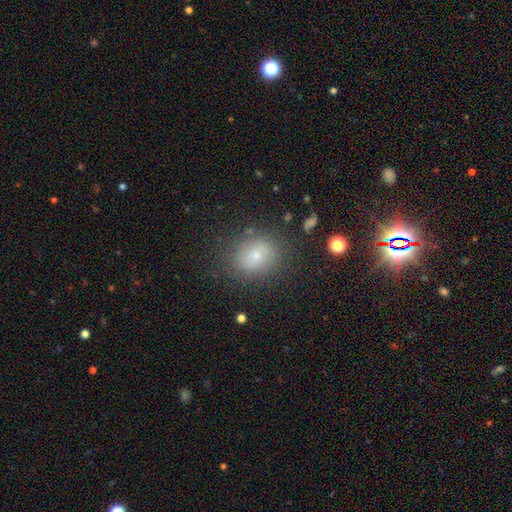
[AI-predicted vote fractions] The model was most divided on "how rounded": round: 51%, in between: 48%, cigar-shaped: 1%. More confident: merging — none (78%); smooth or featured — smooth (70%).